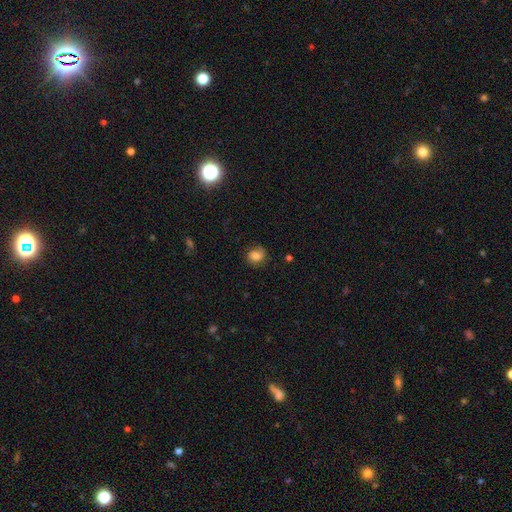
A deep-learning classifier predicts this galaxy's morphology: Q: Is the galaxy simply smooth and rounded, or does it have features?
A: smooth — 70%.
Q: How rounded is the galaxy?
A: round — 70%.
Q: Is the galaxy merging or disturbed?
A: none — 71%.